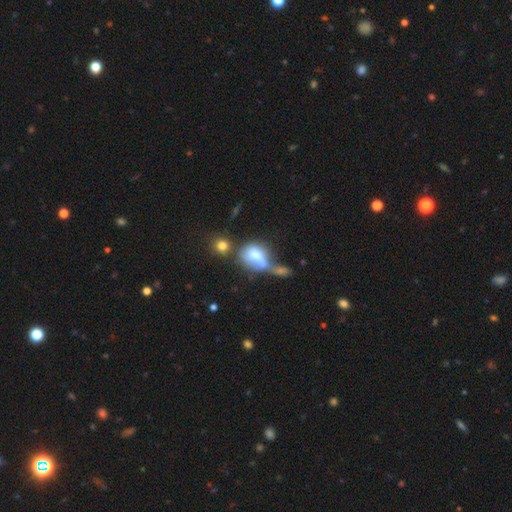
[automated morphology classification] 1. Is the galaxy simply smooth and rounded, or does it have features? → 59% smooth, 29% featured or disk, 12% star or artifact.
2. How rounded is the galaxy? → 64% in between, 29% round, 6% cigar-shaped.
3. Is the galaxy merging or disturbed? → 47% merger, 23% major disturbance, 17% none, 12% minor disturbance.